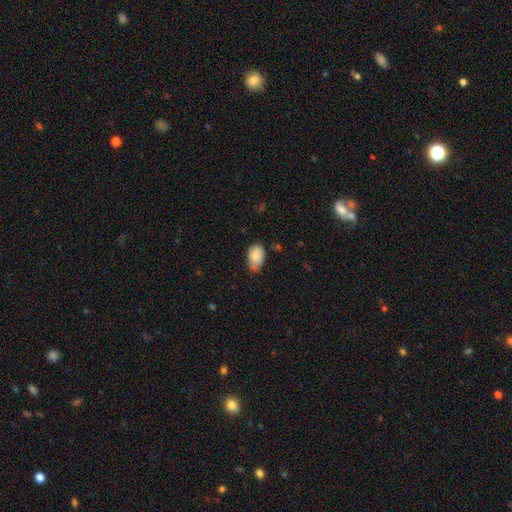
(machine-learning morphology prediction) Smooth or featured? smooth (85%)
How rounded? in between (89%)
Merging? none (51%)